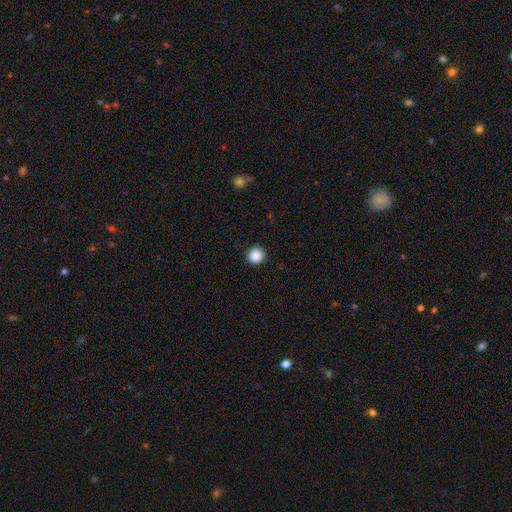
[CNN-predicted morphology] Smooth or featured: smooth — 87% (star or artifact — 9%)
How rounded: round — 94% (in between — 5%)
Merging: none — 92% (minor disturbance — 5%)